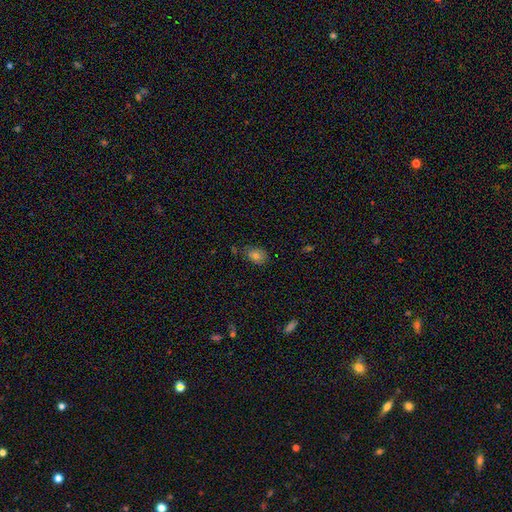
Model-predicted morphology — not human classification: A smooth galaxy with no disk features (77%) that is in between round and cigar-shaped (70%). Merging: none (70%).